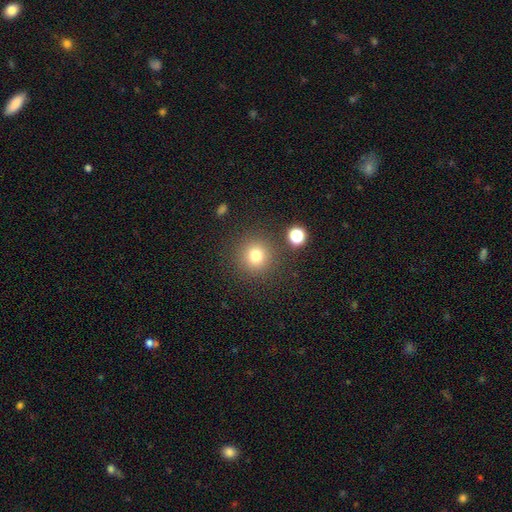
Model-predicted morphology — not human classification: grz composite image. It shows a smooth galaxy with no disk features (77%) that is round (94%). Merging: none (87%).